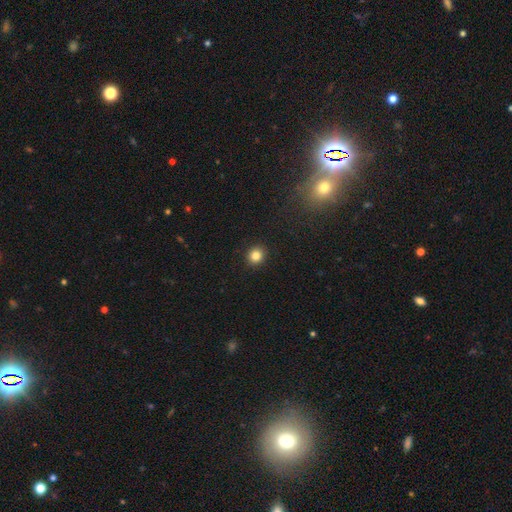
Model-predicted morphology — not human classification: Overall: smooth (84%). How rounded: round (83%). Merging: none (92%).